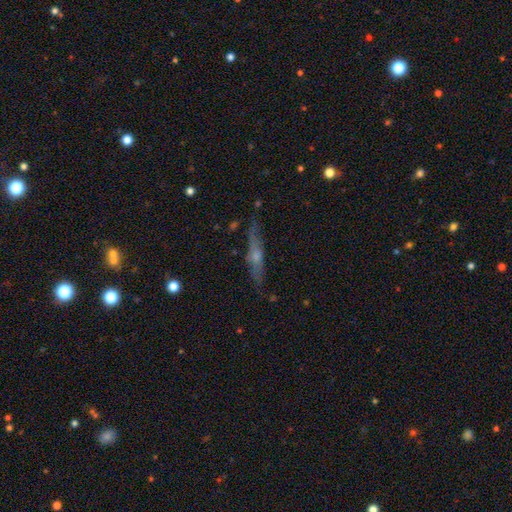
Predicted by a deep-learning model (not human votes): This appears to be a featured or disk galaxy (59%) viewed edge-on (88%) with a rounded central bulge (75%). Merging: none (78%).